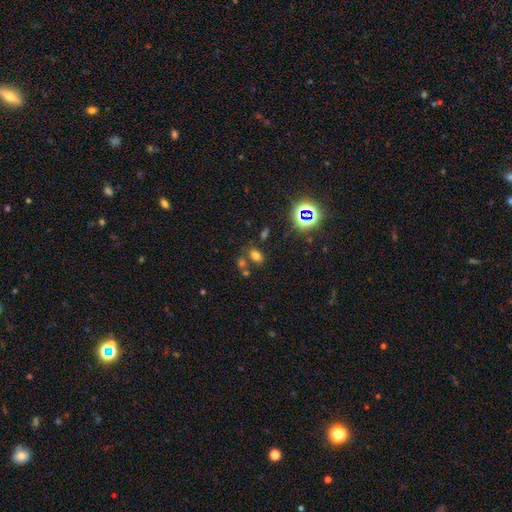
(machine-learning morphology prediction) Smooth or featured? smooth (66%)
How rounded? in between (81%)
Merging? none (69%)